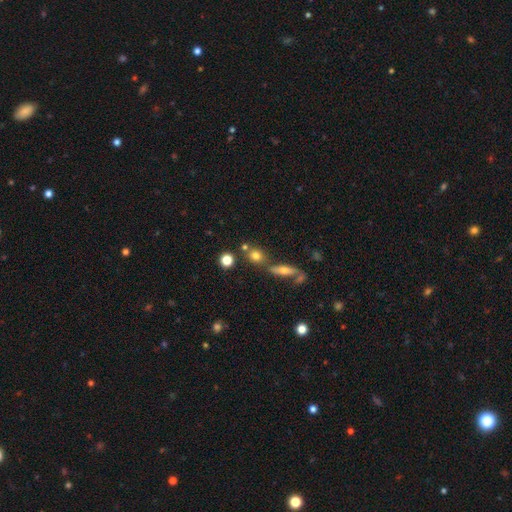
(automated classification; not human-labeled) smooth-or-featured: smooth: 74% | featured or disk: 13% | star or artifact: 12%
  how-rounded: round: 74% | in between: 22% | cigar-shaped: 4%
  merging: none: 60% | merger: 25% | minor disturbance: 10% | major disturbance: 4%